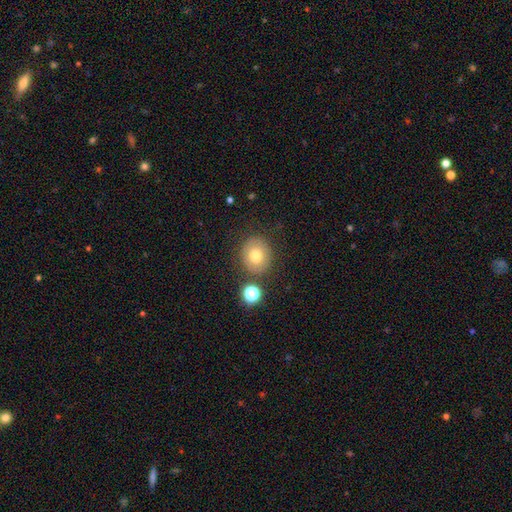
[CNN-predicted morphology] A smooth galaxy with no disk features (71%) that is round (81%). Merging: none (80%).